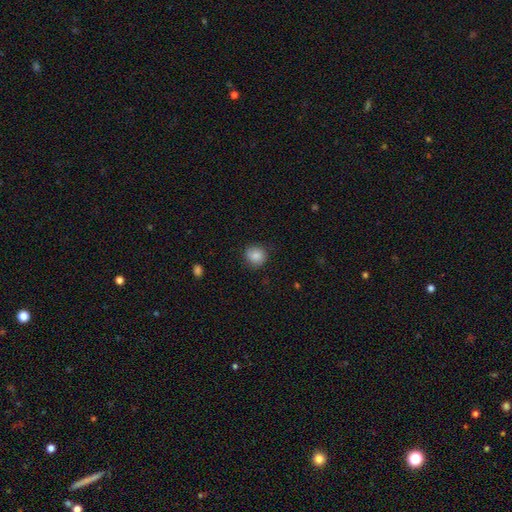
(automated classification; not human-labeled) smooth 86%, star or artifact 8%, featured or disk 6%. Down the decision tree: how rounded — round (88%); merging — none (83%).